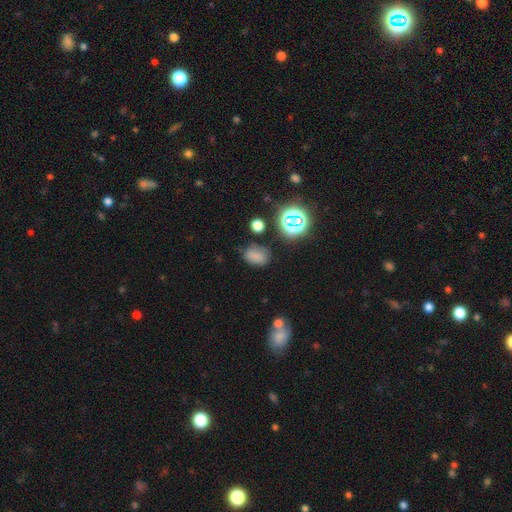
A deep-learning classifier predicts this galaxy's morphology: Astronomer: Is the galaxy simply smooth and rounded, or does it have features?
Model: smooth — 71%.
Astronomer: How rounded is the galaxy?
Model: in between — 73%.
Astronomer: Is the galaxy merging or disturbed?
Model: none — 67%.